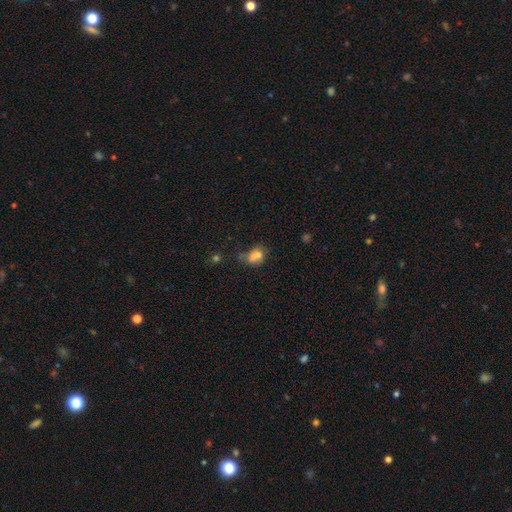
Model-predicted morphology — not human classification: smooth 69%, featured or disk 17%, star or artifact 13%. Down the decision tree: how rounded — in between (54%); merging — merger (47%).